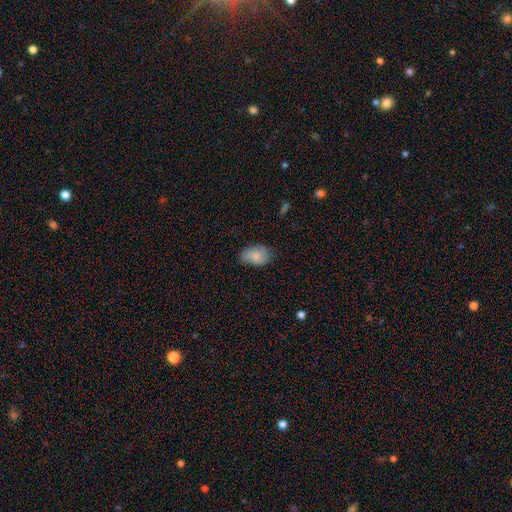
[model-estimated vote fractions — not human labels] smooth_or_featured: smooth (p=0.77) [alt: featured or disk p=0.16]
how_rounded: in between (p=0.87) [alt: round p=0.12]
merging: none (p=0.61) [alt: minor disturbance p=0.30]